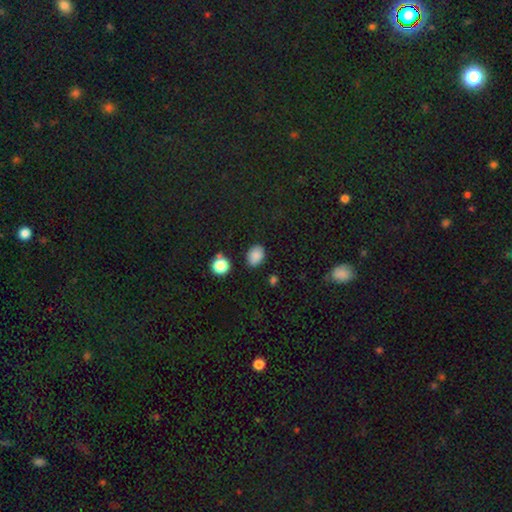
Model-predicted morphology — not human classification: smooth 84%, star or artifact 11%, featured or disk 5%. Down the decision tree: how rounded — in between (72%); merging — none (83%).